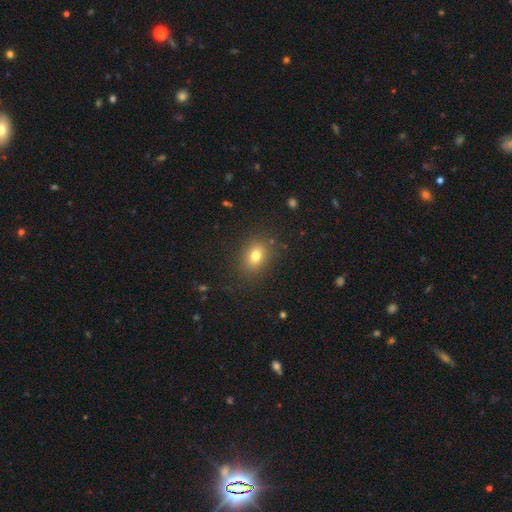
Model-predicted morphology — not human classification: smooth_or_featured: smooth (p=0.76) [alt: star or artifact p=0.13]
how_rounded: in between (p=0.62) [alt: round p=0.36]
merging: none (p=0.85) [alt: minor disturbance p=0.10]